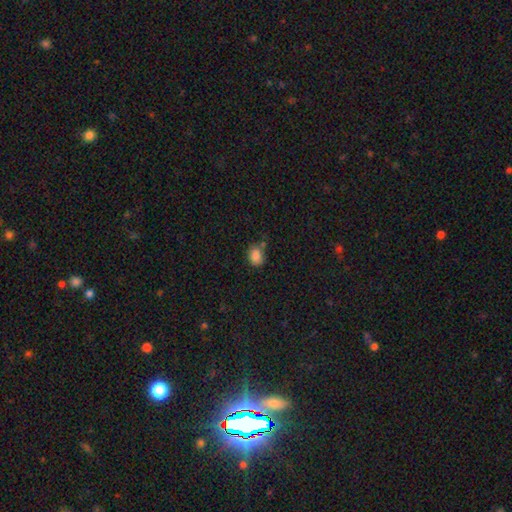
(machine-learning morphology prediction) Smooth or featured?
  - smooth: 85% *
  - star or artifact: 11%
  - featured or disk: 5%
How rounded?
  - in between: 60% *
  - round: 39%
  - cigar-shaped: 1%
Merging?
  - none: 63% *
  - minor disturbance: 22%
  - merger: 10%
  - major disturbance: 5%